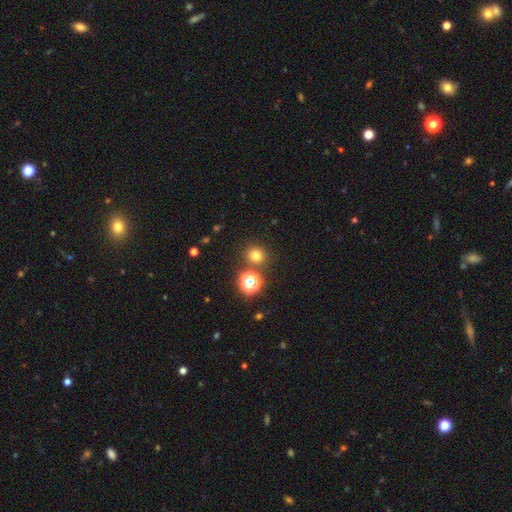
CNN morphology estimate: smooth 74%, star or artifact 20%, featured or disk 6%. Down the decision tree: how rounded — round (89%); merging — none (85%).